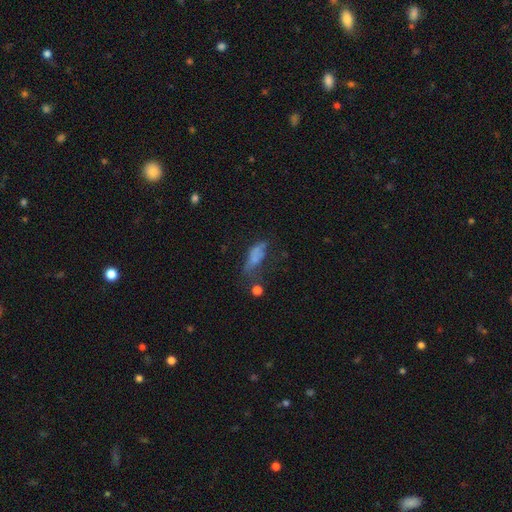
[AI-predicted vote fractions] Morphology: type=smooth (58%); roundness=in between (70%); merging=none (31%, tied with major disturbance).